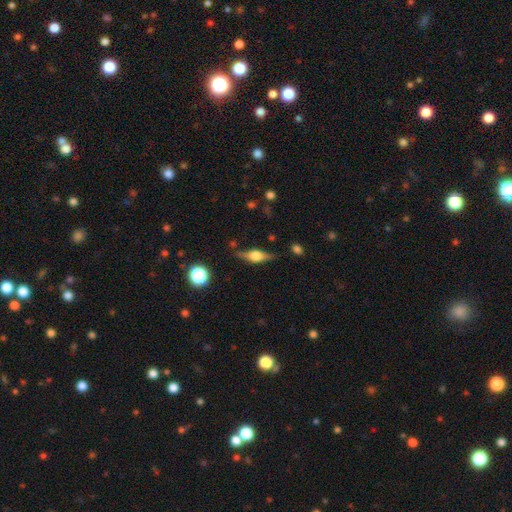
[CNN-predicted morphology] This is possibly a featured or disk galaxy (58%). It is clearly viewed edge-on (93%). Edge-on bulge: clearly rounded (87%). Merging: likely none (79%).